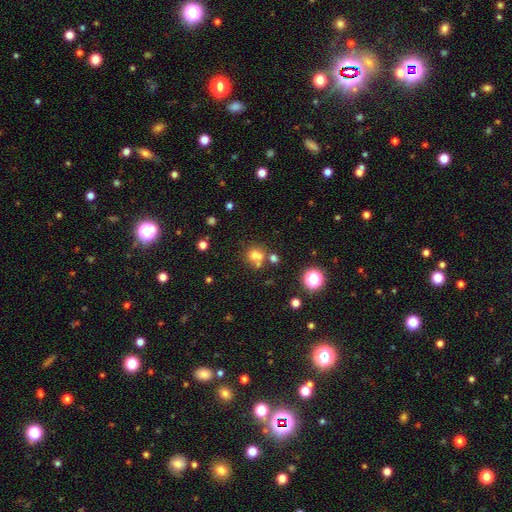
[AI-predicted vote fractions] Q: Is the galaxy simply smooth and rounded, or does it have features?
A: smooth — 66%.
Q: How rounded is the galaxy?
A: round — 76%.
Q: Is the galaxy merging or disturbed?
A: none — 45%.